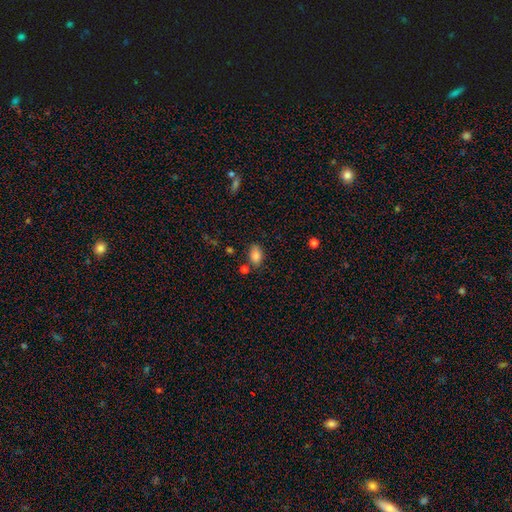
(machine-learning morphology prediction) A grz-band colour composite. It shows a smooth galaxy with no disk features (85%) that is in between round and cigar-shaped (86%). Merging: none (72%).